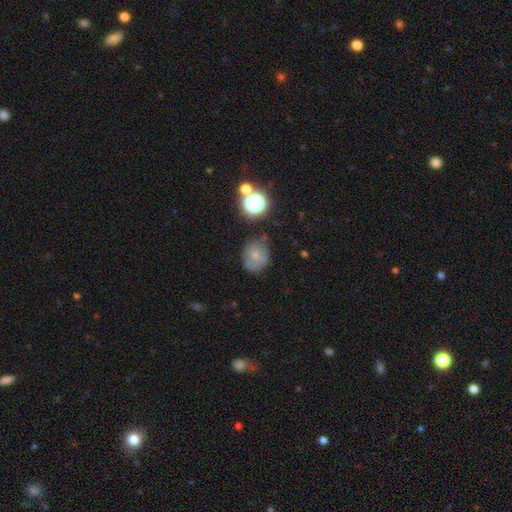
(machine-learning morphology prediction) smooth-or-featured: smooth: 58% | featured or disk: 28% | star or artifact: 14%
  how-rounded: round: 67% | in between: 32% | cigar-shaped: 1%
  merging: none: 59% | minor disturbance: 26% | major disturbance: 9% | merger: 6%